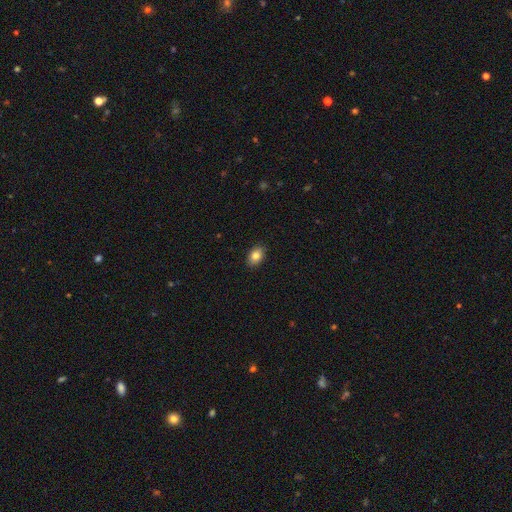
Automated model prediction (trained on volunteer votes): Q: Smooth or featured?
A: smooth (83%); runner-up: featured or disk (8%)
Q: How rounded?
A: in between (84%); runner-up: round (15%)
Q: Merging?
A: none (90%); runner-up: minor disturbance (8%)